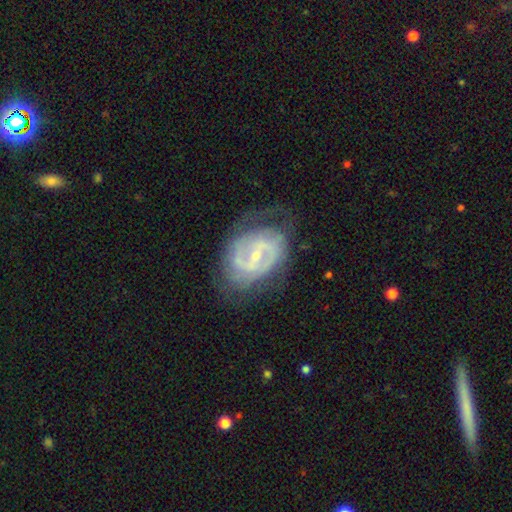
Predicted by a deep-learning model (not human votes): The model was most divided on "spiral winding": tight: 46%, medium: 40%, loose: 14%. Remaining: edge-on disk — no (97%); spiral arms — yes (89%); smooth or featured — featured or disk (85%); bulge size — small (71%); merging — none (64%); spiral arm count — 2 (62%); bar — weak (48%).